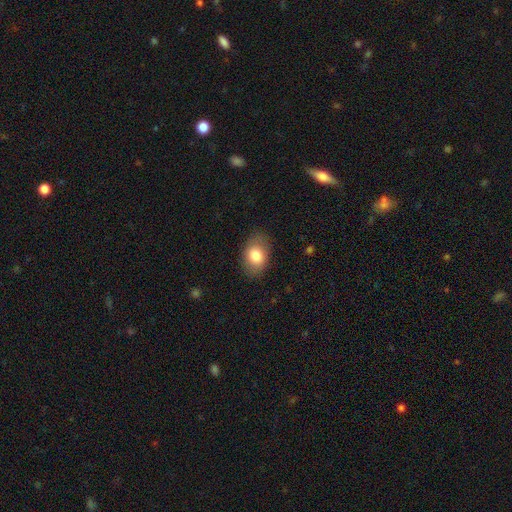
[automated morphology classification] The model was most divided on "how rounded": in between: 79%, round: 20%, cigar-shaped: 1%. More confident: merging — none (81%); smooth or featured — smooth (81%).